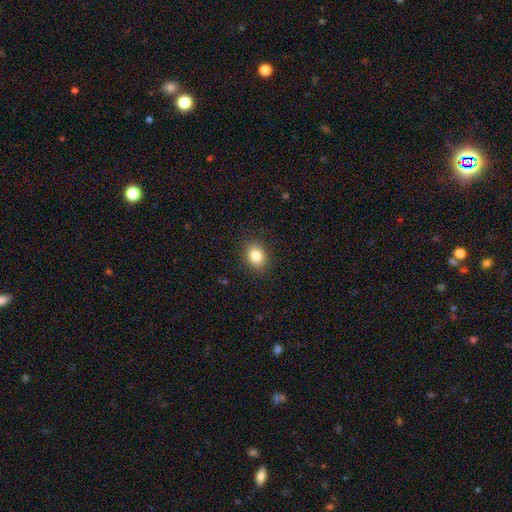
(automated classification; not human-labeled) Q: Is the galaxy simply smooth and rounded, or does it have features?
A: smooth — 84%.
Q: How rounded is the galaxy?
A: in between — 62%.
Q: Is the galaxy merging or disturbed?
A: none — 88%.